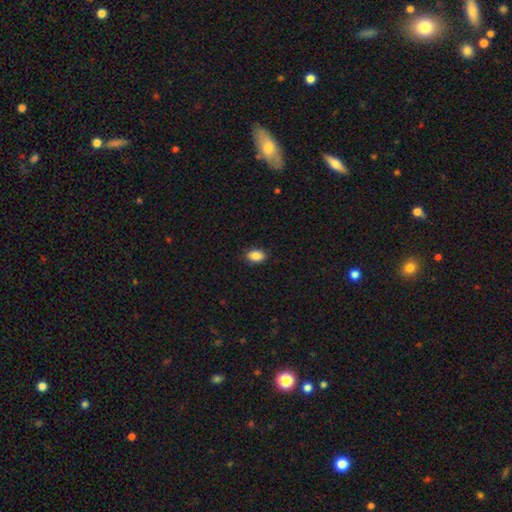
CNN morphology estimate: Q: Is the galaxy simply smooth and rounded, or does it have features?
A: smooth — 87%.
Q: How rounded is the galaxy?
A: in between — 84%.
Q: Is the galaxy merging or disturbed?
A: none — 88%.